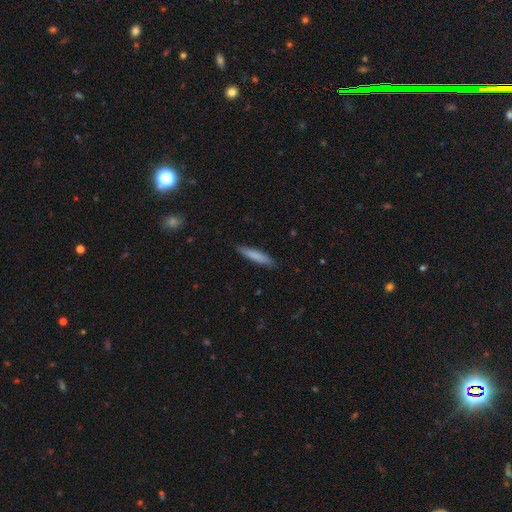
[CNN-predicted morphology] Q: Smooth or featured?
A: smooth (80%); runner-up: featured or disk (15%)
Q: How rounded?
A: cigar-shaped (87%); runner-up: in between (11%)
Q: Merging?
A: none (86%); runner-up: minor disturbance (11%)